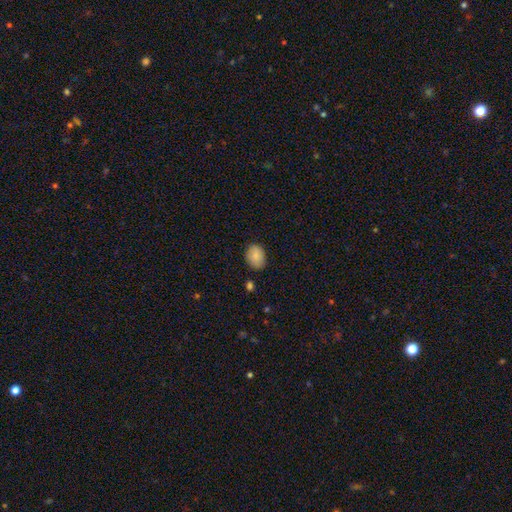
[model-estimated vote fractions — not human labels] smooth_or_featured: smooth (p=0.87) [alt: star or artifact p=0.07]
how_rounded: in between (p=0.69) [alt: round p=0.30]
merging: none (p=0.83) [alt: minor disturbance p=0.12]